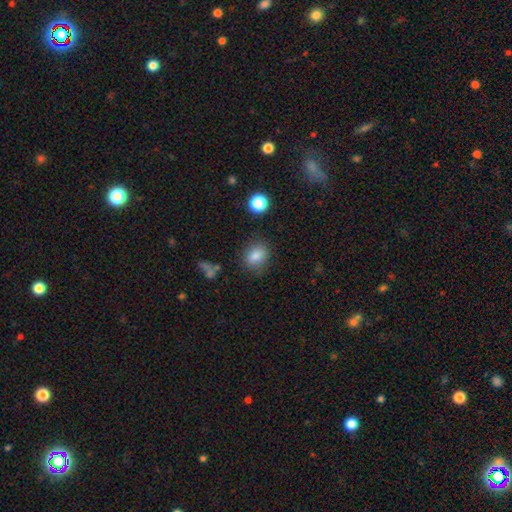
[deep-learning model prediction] smooth-or-featured: smooth: 83% | star or artifact: 11% | featured or disk: 7%
  how-rounded: round: 51% | in between: 48% | cigar-shaped: 1%
  merging: none: 80% | minor disturbance: 12% | major disturbance: 4% | merger: 3%